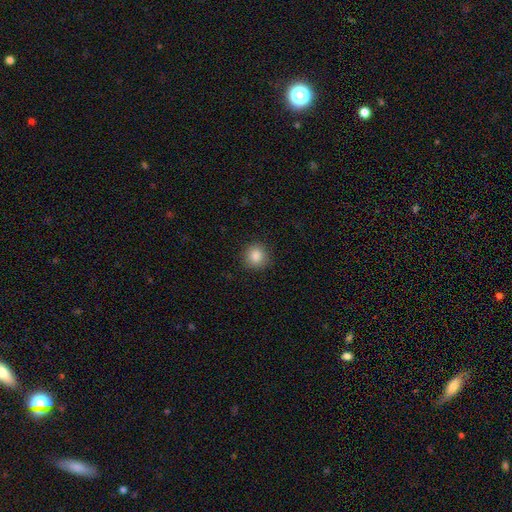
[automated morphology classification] Smooth or featured? Predicted: smooth (p=0.86). How rounded? Predicted: round (p=0.92). Merging? Predicted: none (p=0.89).